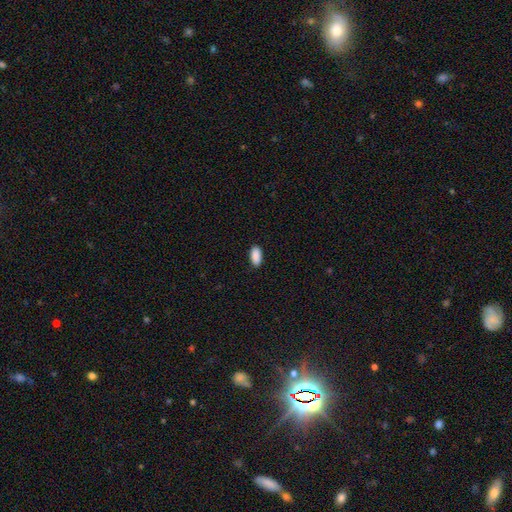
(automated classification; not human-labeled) The model was most divided on "merging": none: 89%, minor disturbance: 9%, major disturbance: 2%, merger: 1%. More confident: smooth or featured — smooth (91%); how rounded — in between (90%).